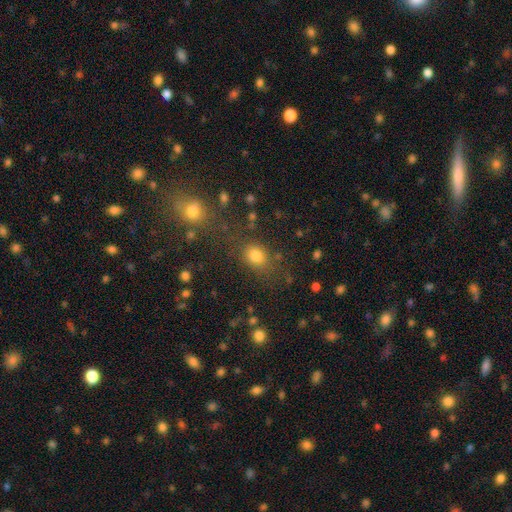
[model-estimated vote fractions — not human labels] Smooth or featured? Predicted: smooth (p=0.76). How rounded? Predicted: round (p=0.55). Merging? Predicted: none (p=0.71).